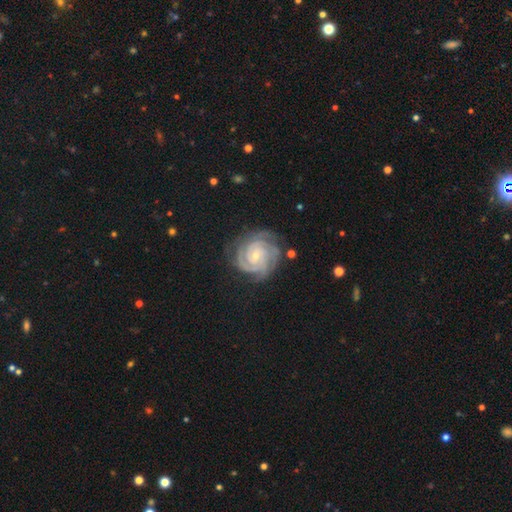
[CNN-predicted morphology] Overall: featured or disk (91%). Edge-on disk: no (98%). Bar: no (58%; weak 32%). Spiral arms: yes (99%). Spiral arm count: 3 (34%; 4 25%). Spiral winding: tight (82%). Bulge size: small (70%). Merging: none (76%).